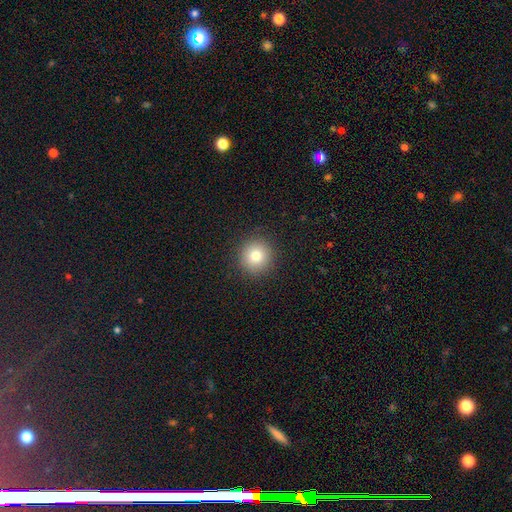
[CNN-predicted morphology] Smooth or featured?
  - smooth: 79% *
  - star or artifact: 12%
  - featured or disk: 9%
How rounded?
  - round: 94% *
  - in between: 5%
  - cigar-shaped: 1%
Merging?
  - none: 91% *
  - minor disturbance: 6%
  - major disturbance: 2%
  - merger: 1%